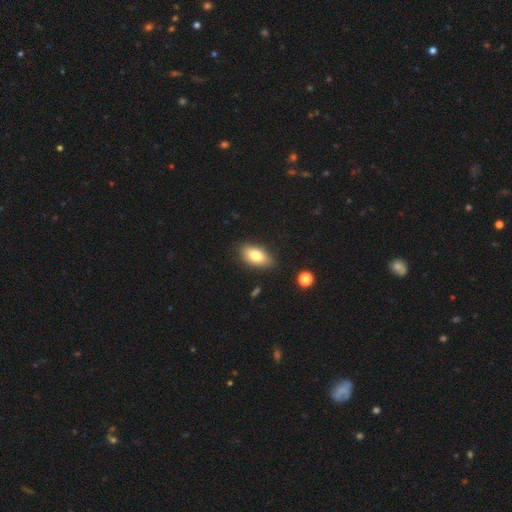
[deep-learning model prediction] This appears to be a smooth galaxy with no disk features (78%) that is in between round and cigar-shaped (90%). Merging: none (83%).